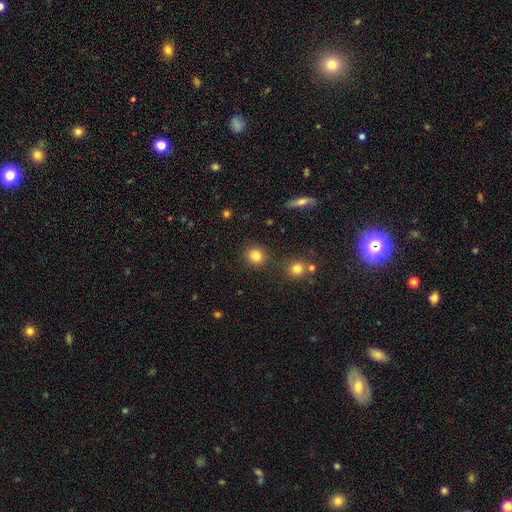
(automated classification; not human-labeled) smooth 83%, star or artifact 12%, featured or disk 5%. Down the decision tree: how rounded — round (88%); merging — none (85%).